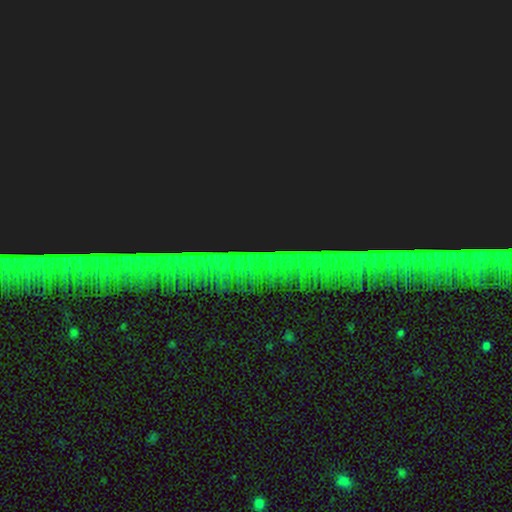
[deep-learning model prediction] Smooth or featured?
  - star or artifact: 85% *
  - featured or disk: 8%
  - smooth: 7%